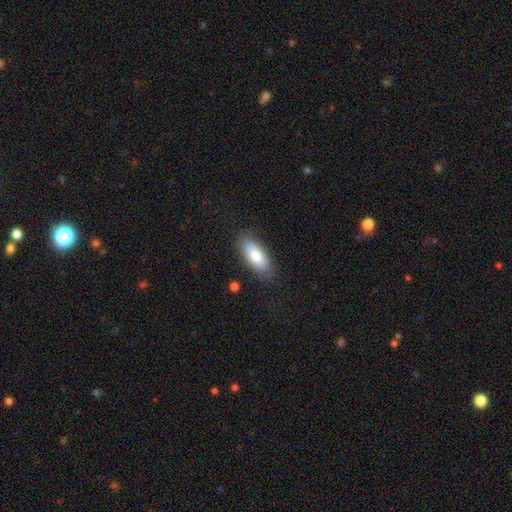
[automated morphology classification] A smooth galaxy with no disk features (80%) that is in between round and cigar-shaped (83%).

Vote fractions:
- Smooth or featured? smooth: 80% / featured or disk: 14% / star or artifact: 6%
- How rounded? in between: 83% / cigar-shaped: 15% / round: 2%
- Merging? none: 83% / minor disturbance: 12% / major disturbance: 3% / merger: 1%